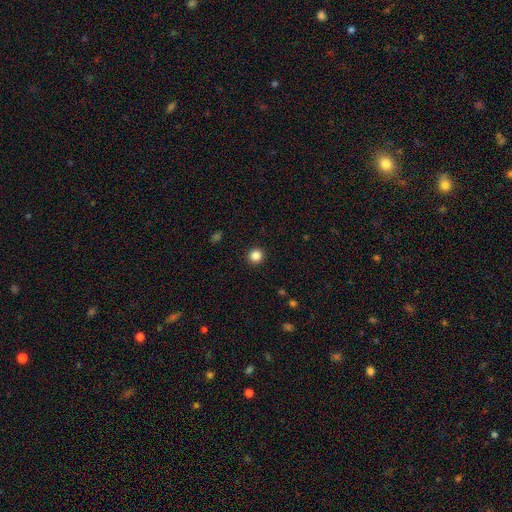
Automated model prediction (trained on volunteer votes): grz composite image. It shows a smooth galaxy with no disk features (86%) that is round (94%). Merging: none (93%).